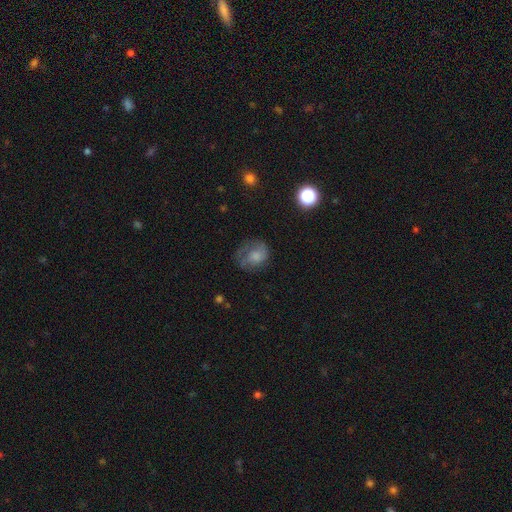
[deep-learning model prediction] smooth-or-featured: smooth: 56% | featured or disk: 34% | star or artifact: 10%
  how-rounded: round: 58% | in between: 41% | cigar-shaped: 1%
  merging: none: 46% | major disturbance: 26% | minor disturbance: 26% | merger: 2%